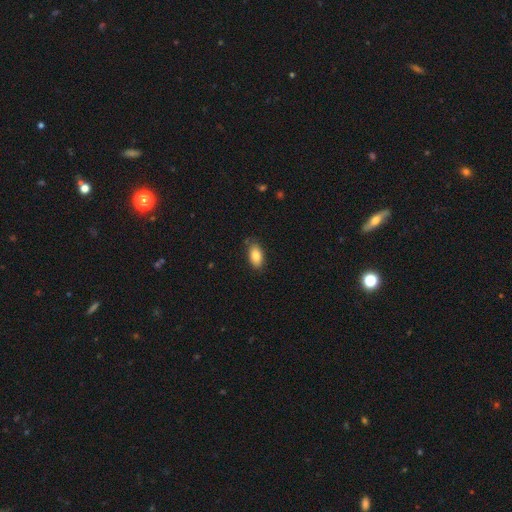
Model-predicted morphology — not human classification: Smooth or featured? Predicted: smooth (p=0.83). How rounded? Predicted: in between (p=0.92). Merging? Predicted: none (p=0.81).